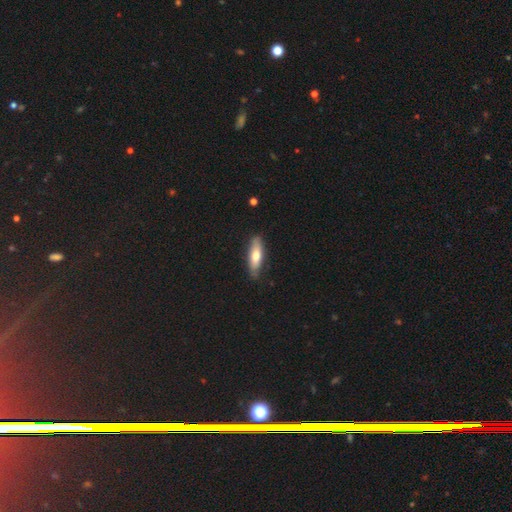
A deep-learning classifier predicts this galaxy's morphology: Q: Smooth or featured?
A: smooth (66%); runner-up: featured or disk (29%)
Q: How rounded?
A: cigar-shaped (50%); runner-up: in between (48%)
Q: Merging?
A: none (83%); runner-up: minor disturbance (13%)